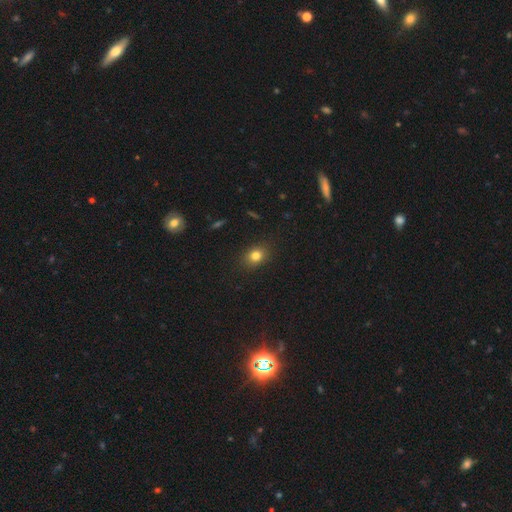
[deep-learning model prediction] Morphology: type=smooth (80%); roundness=in between (55%); merging=none (87%).